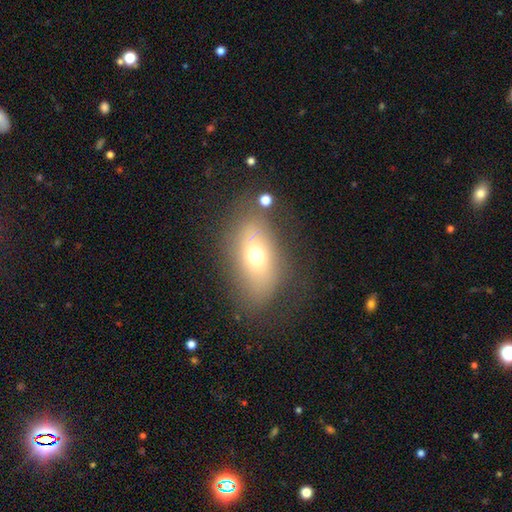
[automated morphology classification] Smooth or featured? smooth (61%)
How rounded? in between (82%)
Merging? none (66%)